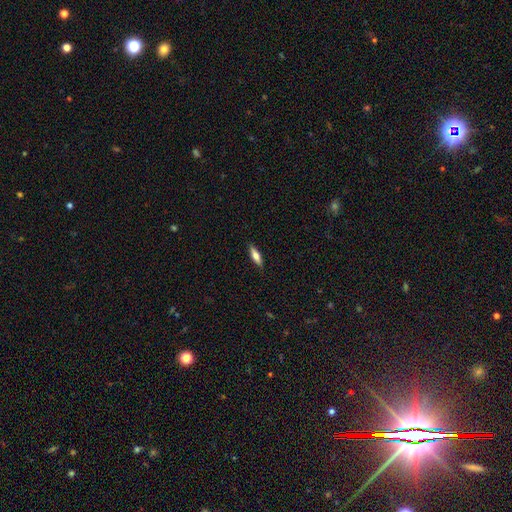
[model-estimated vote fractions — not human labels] smooth 65%, featured or disk 28%, star or artifact 6%. Down the decision tree: how rounded — cigar-shaped (52%); merging — none (88%).